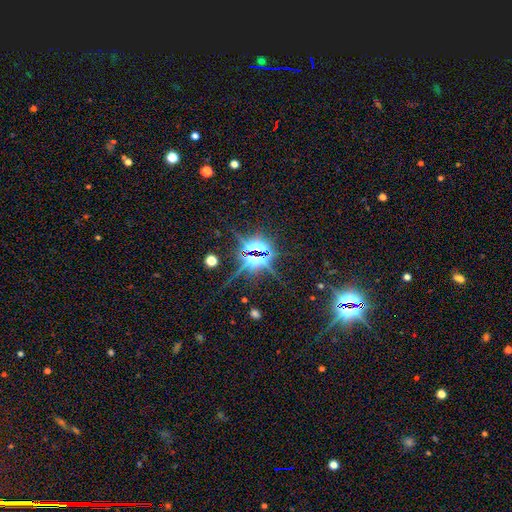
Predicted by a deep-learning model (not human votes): smooth_or_featured: star or artifact (p=0.76) [alt: featured or disk p=0.14]